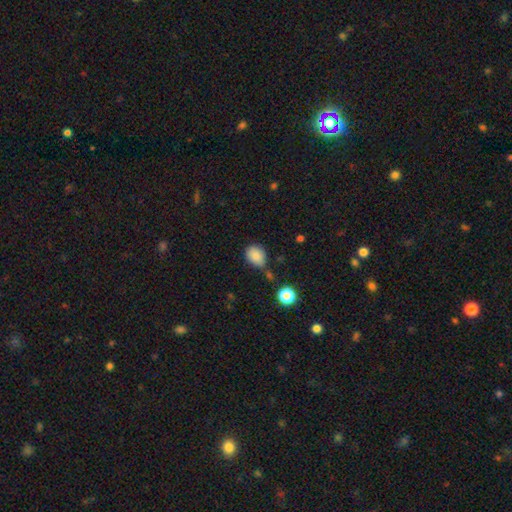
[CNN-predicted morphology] This appears to be a smooth galaxy with no disk features (85%) that is in between round and cigar-shaped (54%). Merging: none (65%).